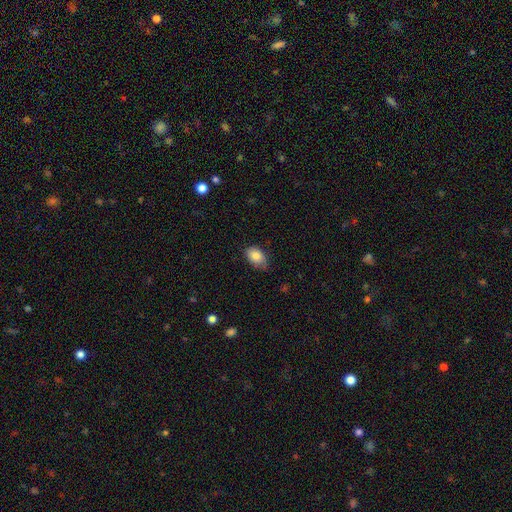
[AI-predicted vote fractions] smooth-or-featured: smooth: 83% | featured or disk: 9% | star or artifact: 8%
  how-rounded: in between: 87% | round: 12% | cigar-shaped: 1%
  merging: none: 65% | minor disturbance: 29% | major disturbance: 5% | merger: 1%